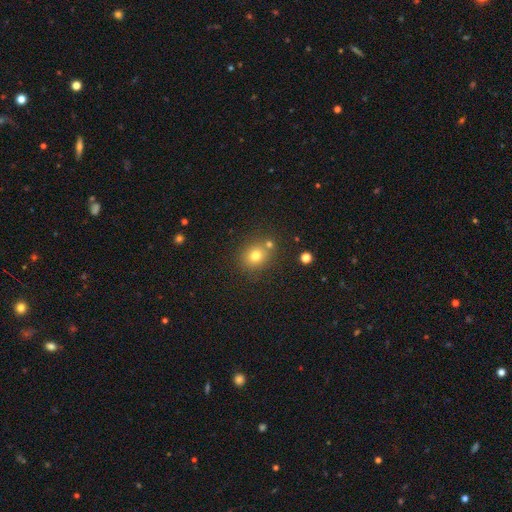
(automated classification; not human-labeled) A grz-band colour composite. It shows a smooth galaxy with no disk features (75%) that is round (74%). Merging: none (73%).